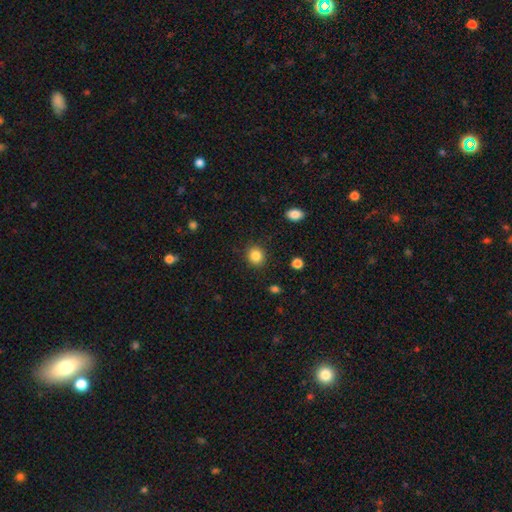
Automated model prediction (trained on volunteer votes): smooth-or-featured: smooth: 85% | star or artifact: 10% | featured or disk: 4%
  how-rounded: round: 79% | in between: 20% | cigar-shaped: 1%
  merging: none: 90% | minor disturbance: 7% | major disturbance: 2% | merger: 1%